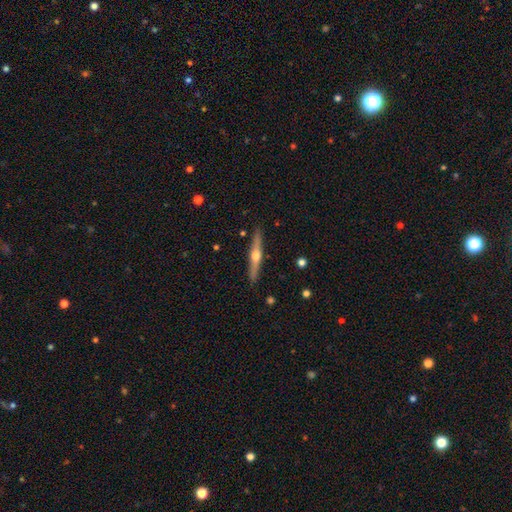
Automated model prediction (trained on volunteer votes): smooth_or_featured: featured or disk (p=0.71) [alt: smooth p=0.23]
disk_edge_on: yes (p=0.98) [alt: no p=0.02]
edge_on_bulge: rounded (p=0.94) [alt: none p=0.03]
merging: none (p=0.90) [alt: minor disturbance p=0.07]